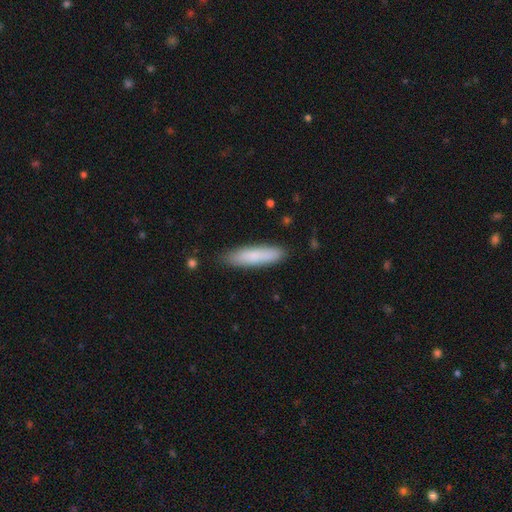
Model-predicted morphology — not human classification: Smooth or featured? smooth (80%)
How rounded? cigar-shaped (75%)
Merging? none (86%)